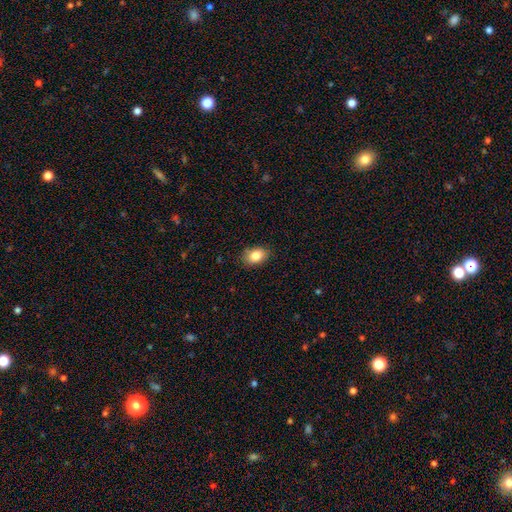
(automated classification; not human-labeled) smooth_or_featured: smooth (p=0.84) [alt: star or artifact p=0.08]
how_rounded: in between (p=0.79) [alt: round p=0.20]
merging: none (p=0.85) [alt: minor disturbance p=0.12]